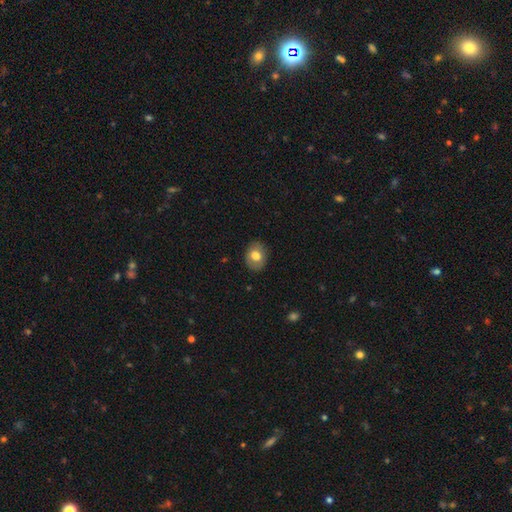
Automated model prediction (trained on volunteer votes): Smooth or featured?
  - smooth: 75% *
  - featured or disk: 17%
  - star or artifact: 8%
How rounded?
  - in between: 55% *
  - round: 45%
  - cigar-shaped: 1%
Merging?
  - none: 86% *
  - minor disturbance: 11%
  - major disturbance: 2%
  - merger: 1%